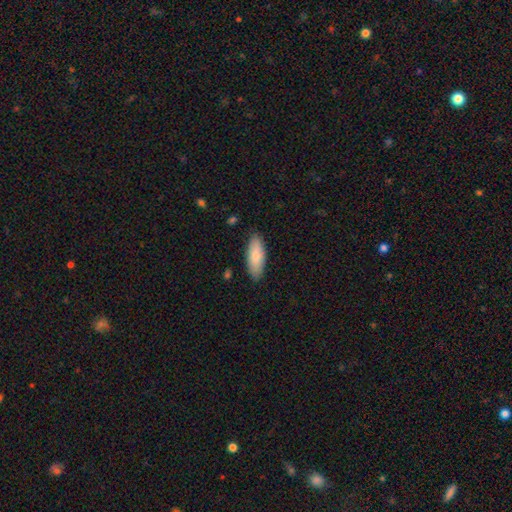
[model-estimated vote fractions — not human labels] smooth-or-featured: smooth: 81% | featured or disk: 13% | star or artifact: 5%
  how-rounded: in between: 71% | cigar-shaped: 28% | round: 2%
  merging: none: 85% | minor disturbance: 11% | major disturbance: 2% | merger: 1%